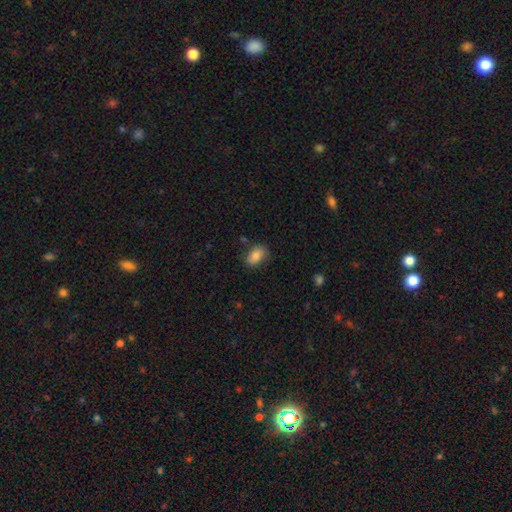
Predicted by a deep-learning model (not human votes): Morphology: type=smooth (82%); roundness=in between (88%); merging=none (76%).